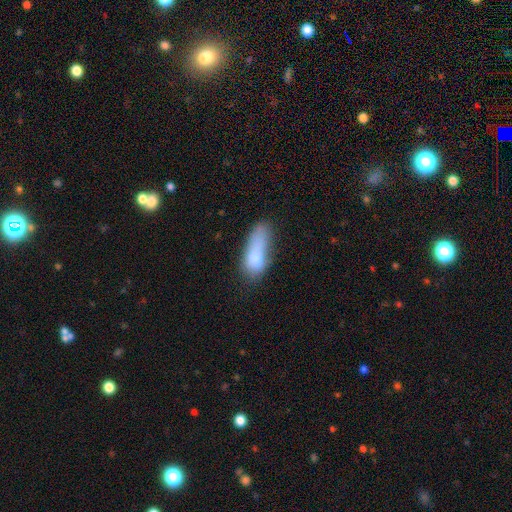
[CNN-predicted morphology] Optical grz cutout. It shows a smooth galaxy with no disk features (76%) that is in between round and cigar-shaped (70%). Merging: minor disturbance (33%).